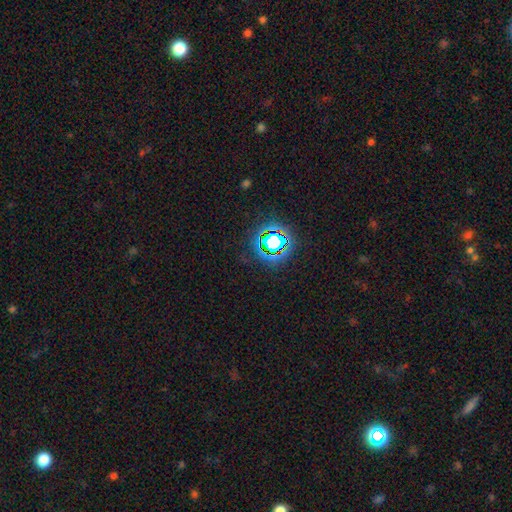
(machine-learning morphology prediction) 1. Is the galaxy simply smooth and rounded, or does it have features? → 79% star or artifact, 14% smooth, 7% featured or disk.